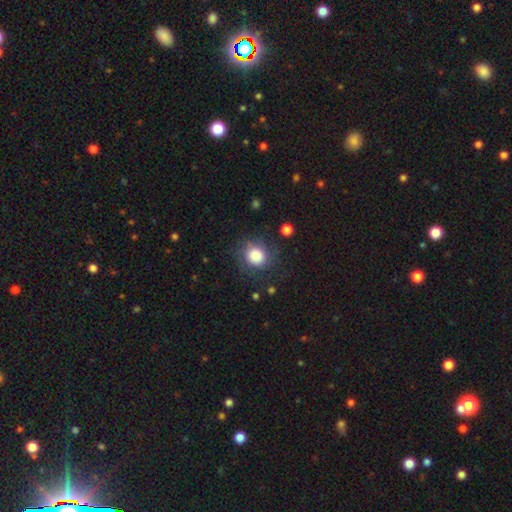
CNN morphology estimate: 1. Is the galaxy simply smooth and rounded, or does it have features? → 82% smooth, 9% featured or disk, 9% star or artifact.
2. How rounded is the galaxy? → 82% round, 17% in between, 1% cigar-shaped.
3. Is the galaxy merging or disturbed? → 74% none, 16% minor disturbance, 8% major disturbance, 2% merger.